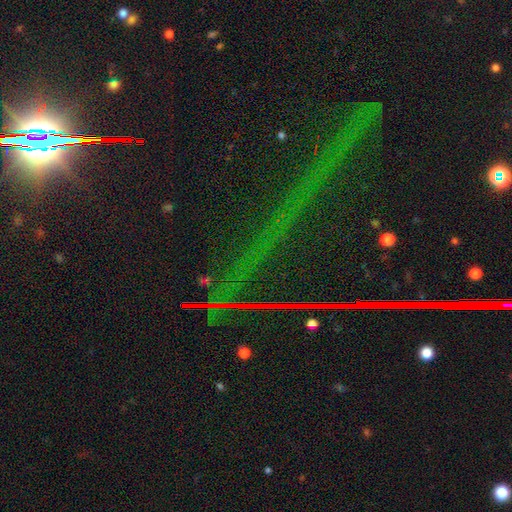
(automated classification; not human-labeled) The model was most divided on "smooth or featured": star or artifact: 85%, featured or disk: 8%, smooth: 7%.